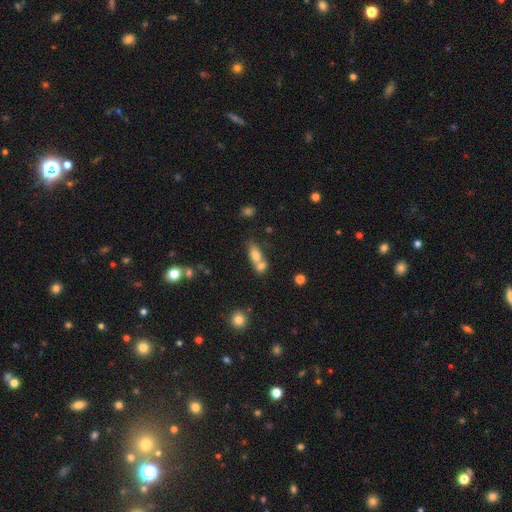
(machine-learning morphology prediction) smooth-or-featured: smooth: 72% | featured or disk: 17% | star or artifact: 10%
  how-rounded: in between: 74% | round: 16% | cigar-shaped: 10%
  merging: merger: 62% | none: 26% | minor disturbance: 8% | major disturbance: 4%